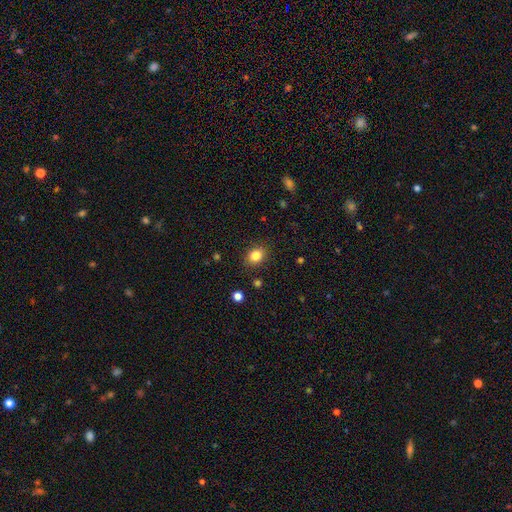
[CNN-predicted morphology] Smooth or featured? smooth (83%)
How rounded? in between (50%)
Merging? none (87%)